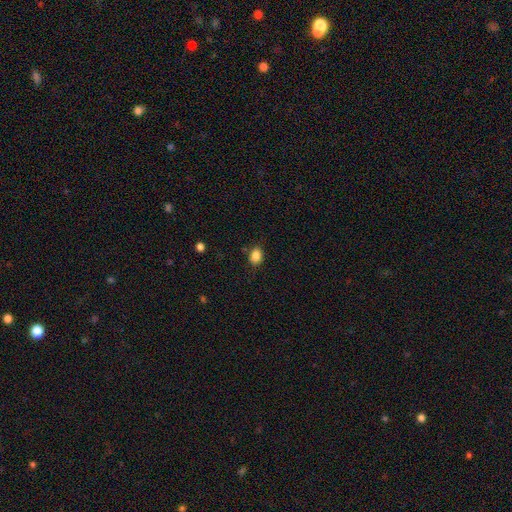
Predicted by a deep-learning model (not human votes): The model was most divided on "how rounded": in between: 68%, round: 31%, cigar-shaped: 1%. More confident: smooth or featured — smooth (86%); merging — none (83%).